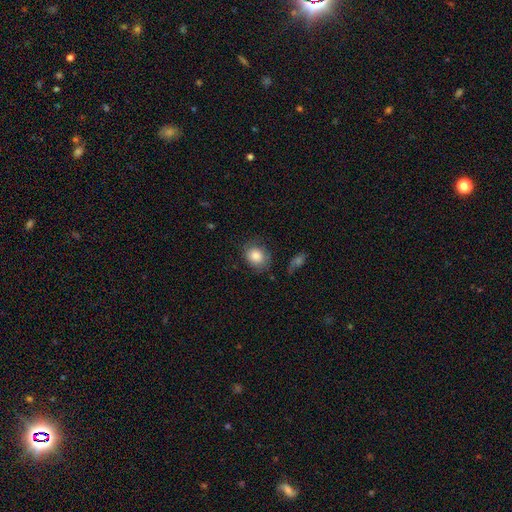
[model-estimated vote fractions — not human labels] Smooth or featured: smooth — 80% (featured or disk — 12%)
How rounded: round — 59% (in between — 40%)
Merging: none — 65% (minor disturbance — 23%)